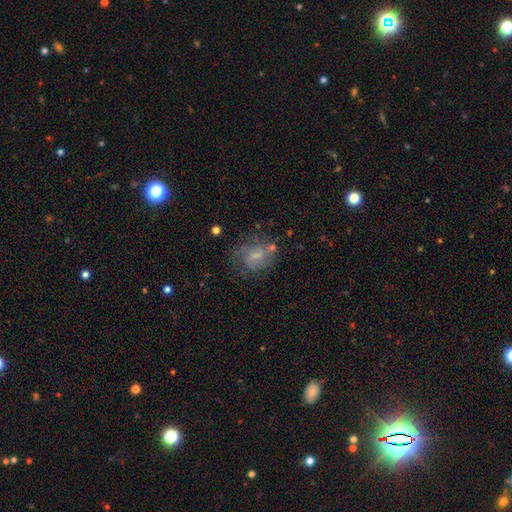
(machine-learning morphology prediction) This appears to be a featured or disk galaxy (56%) with a weak bar (45%), spiral arms (69%) and a small central bulge (45%). Merging: none (52%).